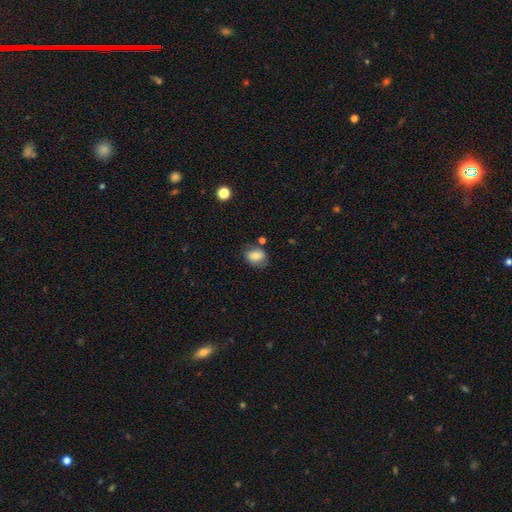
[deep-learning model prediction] A smooth galaxy with no disk features (76%) that is in between round and cigar-shaped (60%). Merging: none (67%).